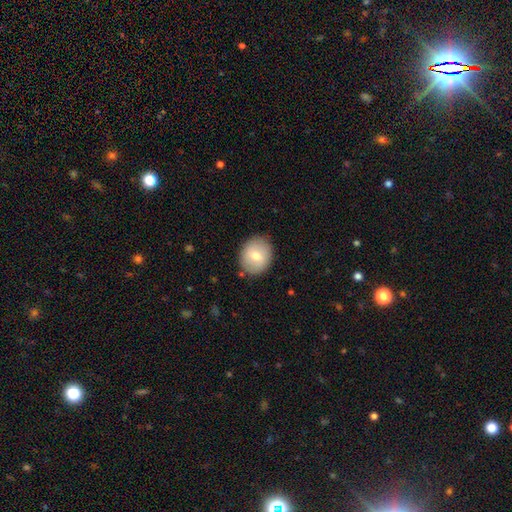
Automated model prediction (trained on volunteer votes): smooth 69%, featured or disk 23%, star or artifact 7%. Down the decision tree: how rounded — round (63%); merging — none (85%).